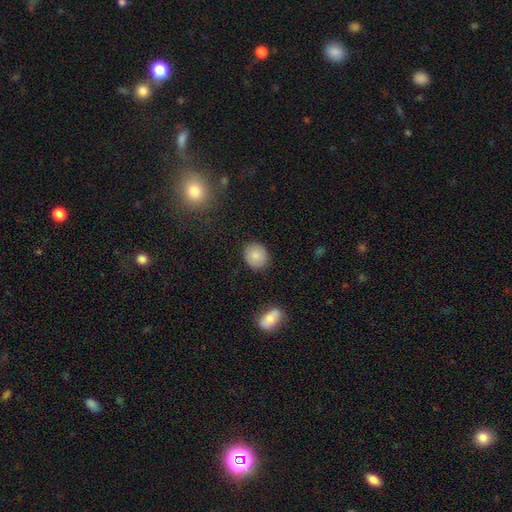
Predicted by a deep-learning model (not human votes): smooth-or-featured: smooth: 86% | star or artifact: 8% | featured or disk: 6%
  how-rounded: round: 73% | in between: 26% | cigar-shaped: 1%
  merging: none: 88% | minor disturbance: 8% | major disturbance: 2% | merger: 2%